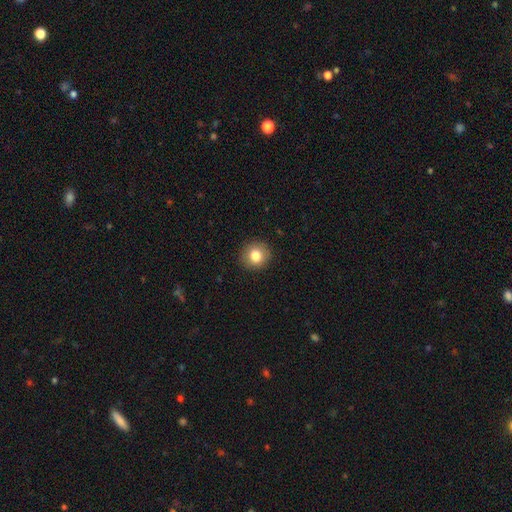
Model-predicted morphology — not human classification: smooth 81%, star or artifact 10%, featured or disk 9%. Down the decision tree: how rounded — round (88%); merging — none (91%).